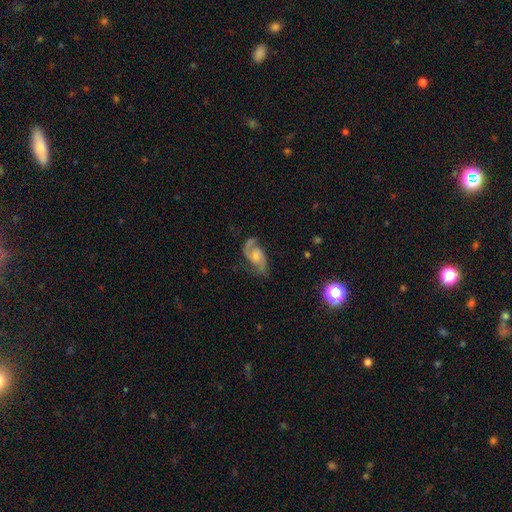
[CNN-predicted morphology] Smooth or featured: featured or disk — 86% (smooth — 7%)
Edge-on disk: no — 97% (yes — 3%)
Bar: no — 58% (weak — 35%)
Spiral arms: yes — 97% (no — 3%)
Spiral winding: medium — 55% (loose — 25%)
Spiral arm count: 2 — 91% (can't tell — 3%)
Bulge size: small — 46% (moderate — 43%)
Merging: none — 76% (minor disturbance — 16%)